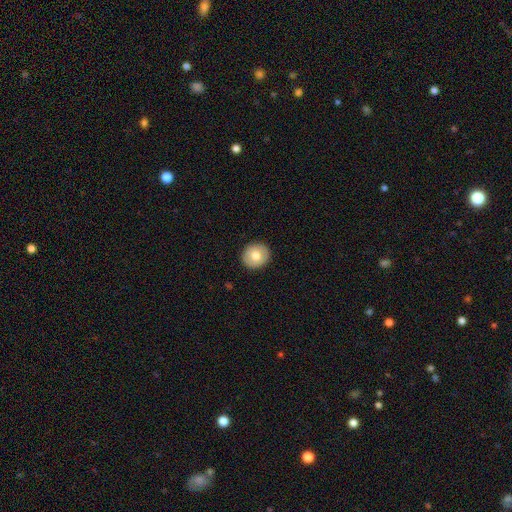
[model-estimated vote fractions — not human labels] This appears to be a smooth galaxy with no disk features (74%) that is round (85%). Merging: none (92%).